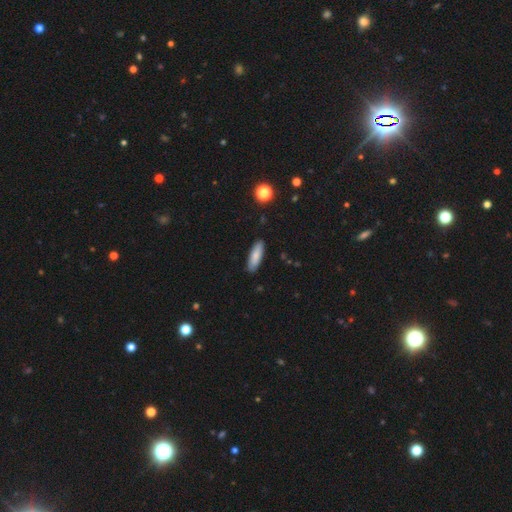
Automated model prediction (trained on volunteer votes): smooth-or-featured: smooth: 83% | featured or disk: 11% | star or artifact: 6%
  how-rounded: in between: 49% (tied) | cigar-shaped: 49% (tied) | round: 2%
  merging: none: 87% | minor disturbance: 10% | major disturbance: 2% | merger: 1%